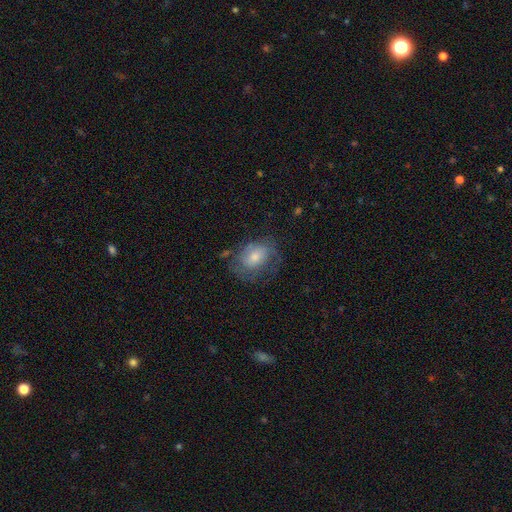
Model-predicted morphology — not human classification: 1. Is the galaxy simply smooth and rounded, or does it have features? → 50% smooth, 40% featured or disk, 10% star or artifact.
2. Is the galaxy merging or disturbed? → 57% none, 24% minor disturbance, 17% major disturbance, 2% merger.